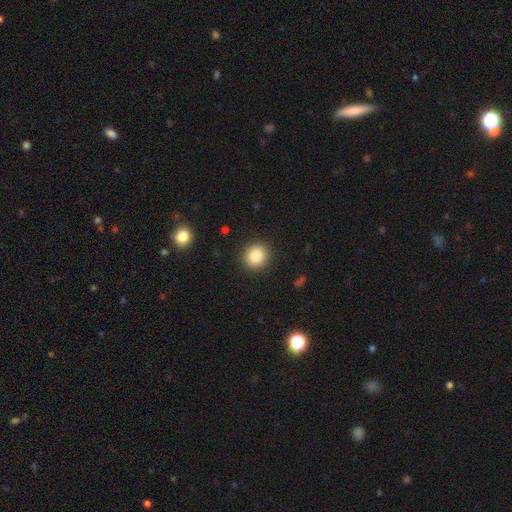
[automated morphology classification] Overall: smooth (86%). How rounded: round (85%). Merging: none (91%).